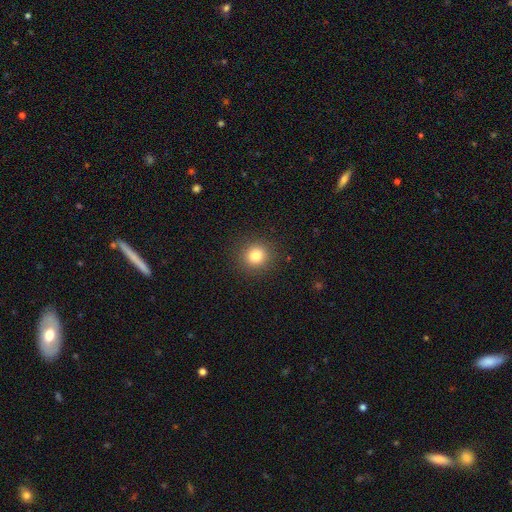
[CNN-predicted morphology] Smooth or featured? smooth (81%)
How rounded? round (92%)
Merging? none (91%)